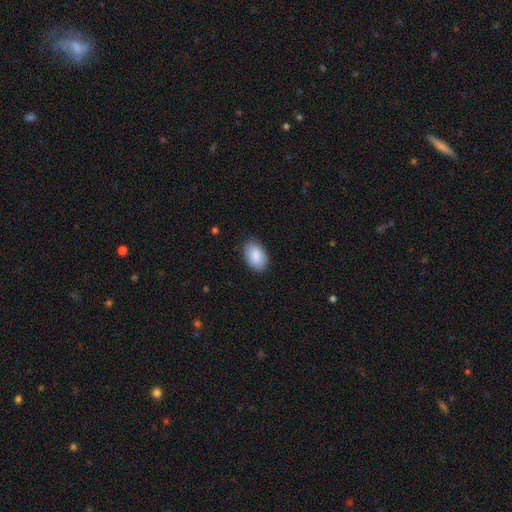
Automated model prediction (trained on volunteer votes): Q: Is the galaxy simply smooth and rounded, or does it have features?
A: smooth — 89%.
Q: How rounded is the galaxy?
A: in between — 93%.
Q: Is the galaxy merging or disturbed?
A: none — 86%.